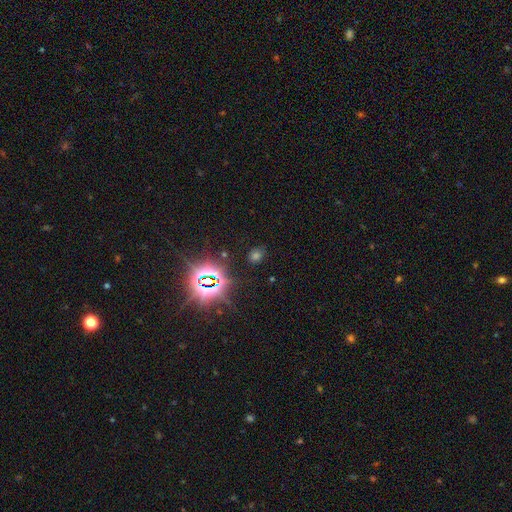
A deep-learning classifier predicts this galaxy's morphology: Q: Smooth or featured?
A: star or artifact (50%); runner-up: smooth (43%)